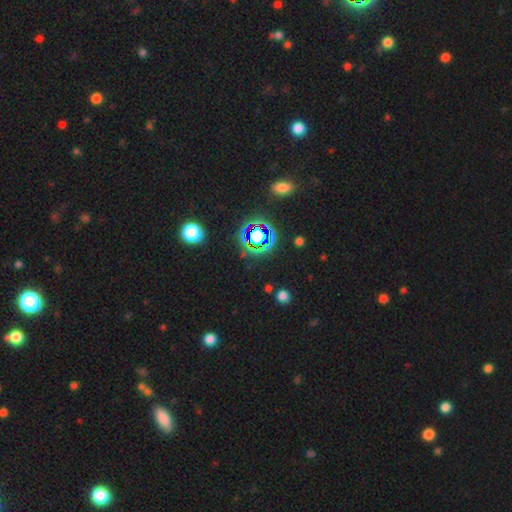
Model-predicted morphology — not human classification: This appears to be a star or artifact, not a galaxy (76%).